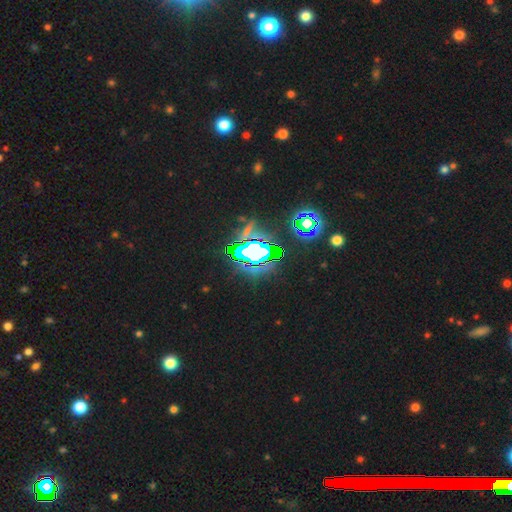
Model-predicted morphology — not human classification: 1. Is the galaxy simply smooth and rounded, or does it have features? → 72% star or artifact, 14% smooth, 14% featured or disk.